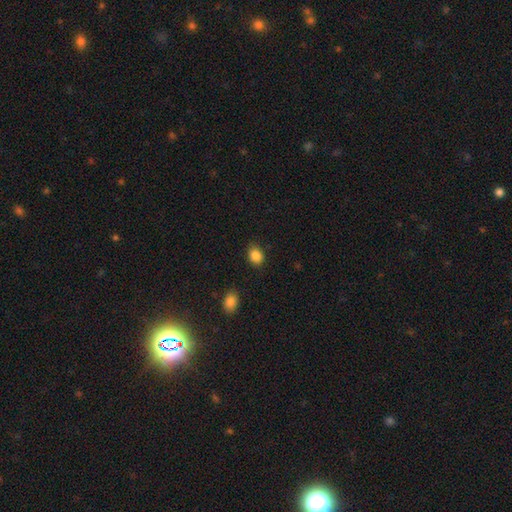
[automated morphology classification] A smooth galaxy with no disk features (87%) that is in between round and cigar-shaped (56%).

Vote fractions:
- Smooth or featured? smooth: 87% / star or artifact: 9% / featured or disk: 4%
- How rounded? in between: 56% / round: 43% / cigar-shaped: 1%
- Merging? none: 84% / minor disturbance: 12% / major disturbance: 3% / merger: 2%